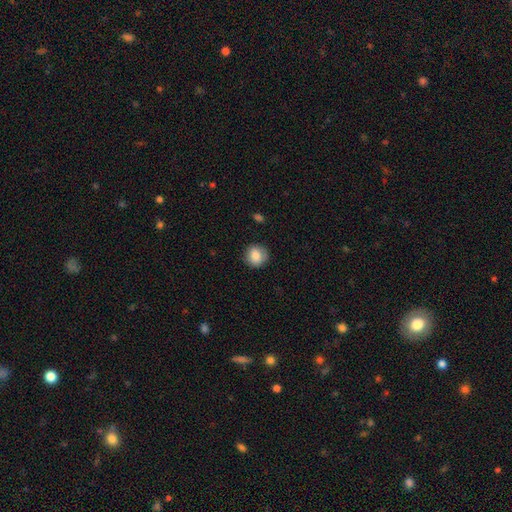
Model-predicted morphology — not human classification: This is clearly a smooth galaxy (83%). How rounded: clearly round (90%). Merging: clearly none (85%).